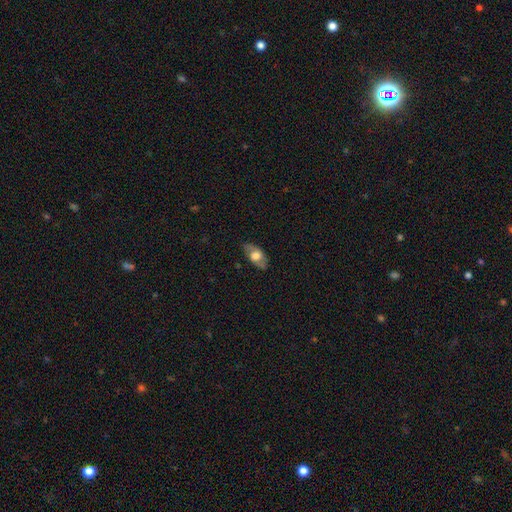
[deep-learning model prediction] A smooth galaxy with no disk features (52%) that is in between round and cigar-shaped (88%). Merging: none (79%).